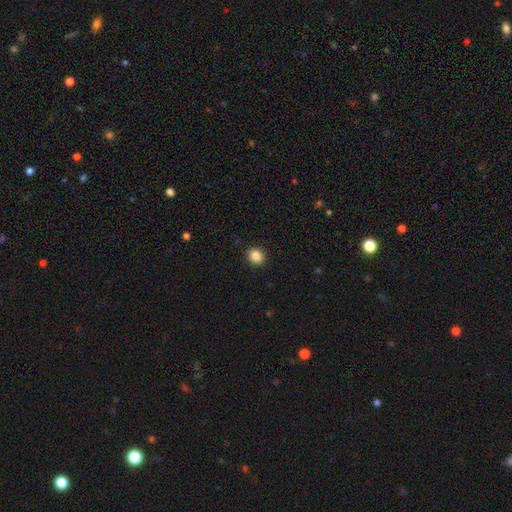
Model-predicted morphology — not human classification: The model was most divided on "how rounded": round: 80%, in between: 19%, cigar-shaped: 1%. More confident: merging — none (91%); smooth or featured — smooth (87%).